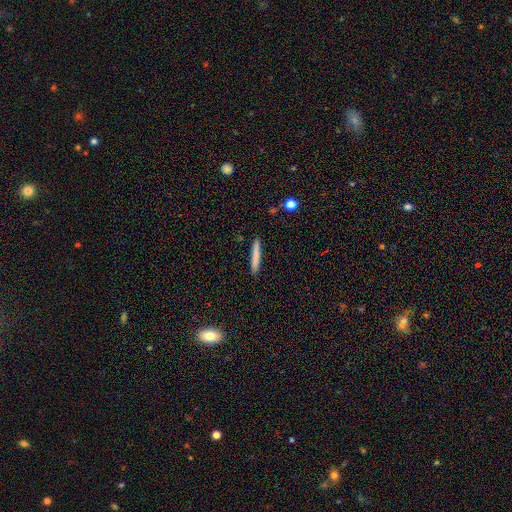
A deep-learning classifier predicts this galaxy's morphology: A smooth galaxy with no disk features (78%) that is cigar-shaped (96%). Merging: none (90%).